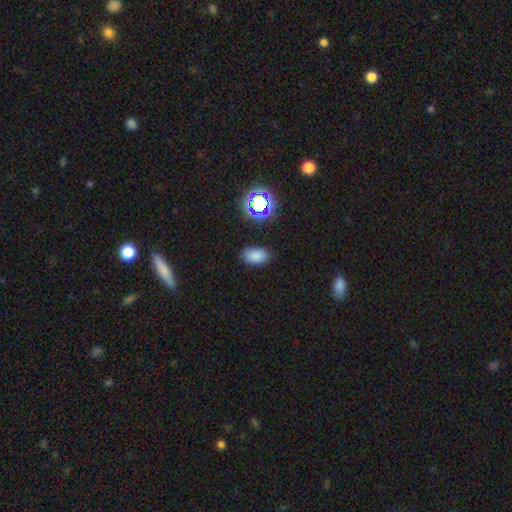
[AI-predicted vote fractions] A smooth galaxy with no disk features (79%) that is in between round and cigar-shaped (90%). Merging: none (84%).